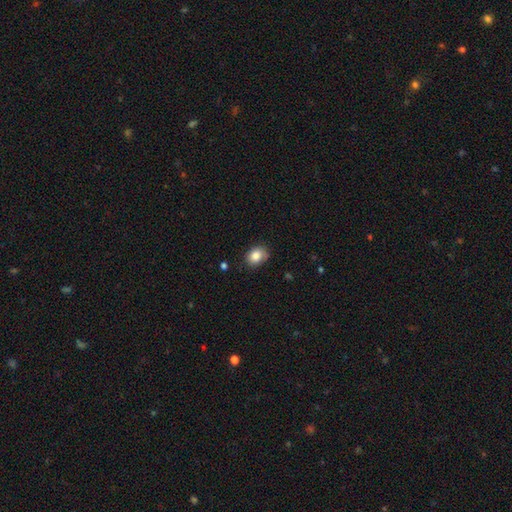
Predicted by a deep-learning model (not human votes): The model was most divided on "how rounded": in between: 59%, round: 40%, cigar-shaped: 1%. More confident: smooth or featured — smooth (83%); merging — none (72%).